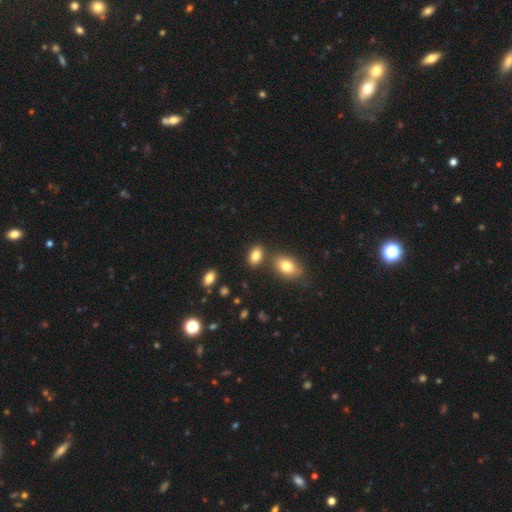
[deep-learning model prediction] Smooth or featured?
  - smooth: 83% *
  - star or artifact: 9%
  - featured or disk: 8%
How rounded?
  - in between: 87% *
  - round: 11%
  - cigar-shaped: 2%
Merging?
  - none: 73% *
  - merger: 13%
  - minor disturbance: 11%
  - major disturbance: 3%